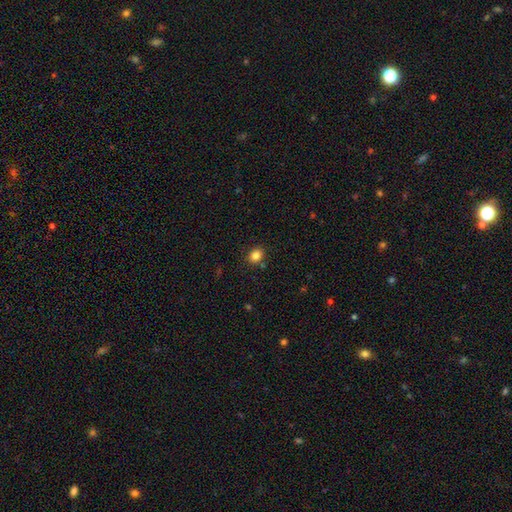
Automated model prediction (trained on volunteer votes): smooth_or_featured: smooth (p=0.84) [alt: star or artifact p=0.11]
how_rounded: round (p=0.53) [alt: in between p=0.46]
merging: none (p=0.83) [alt: minor disturbance p=0.10]